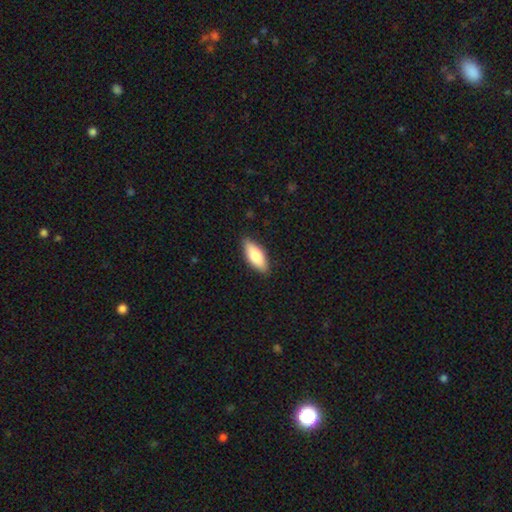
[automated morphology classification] Smooth or featured?
  - smooth: 78% *
  - featured or disk: 16%
  - star or artifact: 6%
How rounded?
  - in between: 79% *
  - cigar-shaped: 19%
  - round: 2%
Merging?
  - none: 87% *
  - minor disturbance: 10%
  - major disturbance: 2%
  - merger: 1%